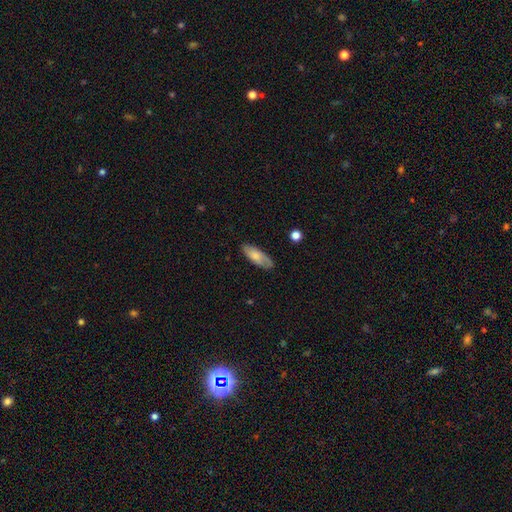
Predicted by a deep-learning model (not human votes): smooth 71%, featured or disk 23%, star or artifact 6%. Down the decision tree: how rounded — in between (72%); merging — none (80%).